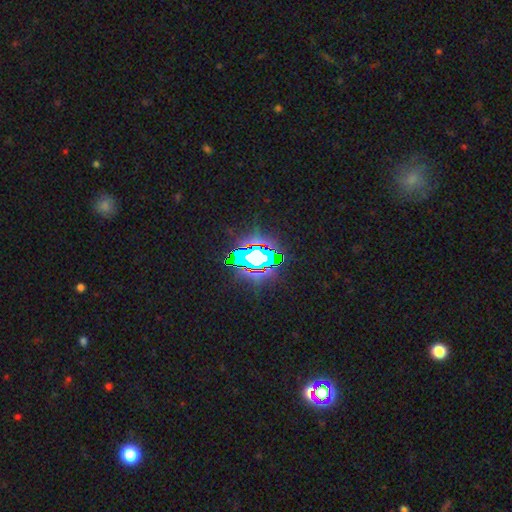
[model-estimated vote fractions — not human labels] Q: Smooth or featured?
A: star or artifact (71%); runner-up: smooth (15%)